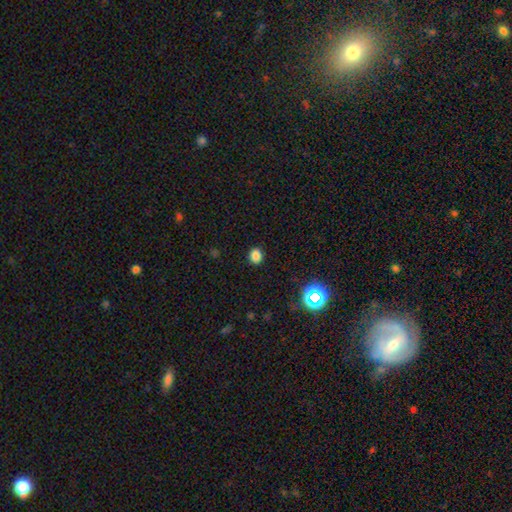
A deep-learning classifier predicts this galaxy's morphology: Smooth or featured: smooth — 82% (star or artifact — 14%)
How rounded: round — 70% (in between — 29%)
Merging: none — 89% (minor disturbance — 8%)